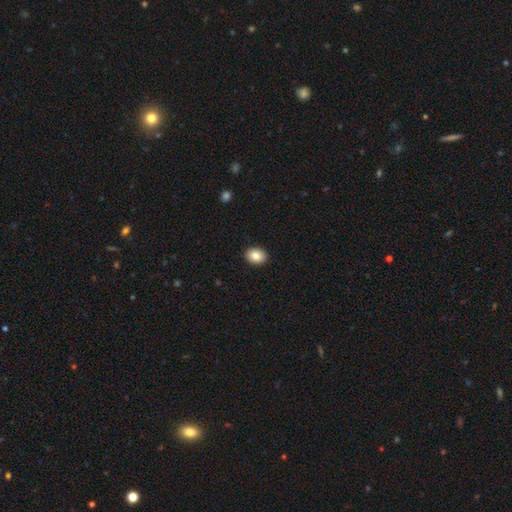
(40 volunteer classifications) smooth 78%, star or artifact 12%, featured or disk 10%. Down the decision tree: how rounded — in between (71%); merging — none (94%).